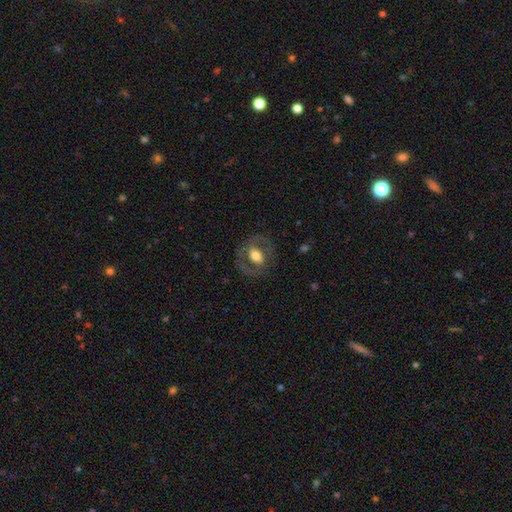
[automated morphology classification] smooth_or_featured: featured or disk (p=0.54) [alt: smooth p=0.39]
disk_edge_on: no (p=0.93) [alt: yes p=0.07]
bar: no (p=0.44) [alt: weak p=0.32]
has_spiral_arms: no (p=0.56) [alt: yes p=0.44]
bulge_size: moderate (p=0.58) [alt: large p=0.30]
merging: none (p=0.73) [alt: minor disturbance p=0.14]